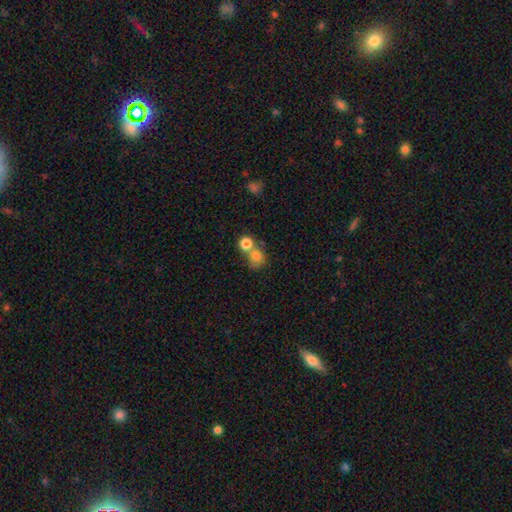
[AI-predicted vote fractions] The model was most divided on "merging": merger: 49%, none: 40%, minor disturbance: 7%, major disturbance: 4%. More confident: how rounded — round (83%); smooth or featured — smooth (78%).